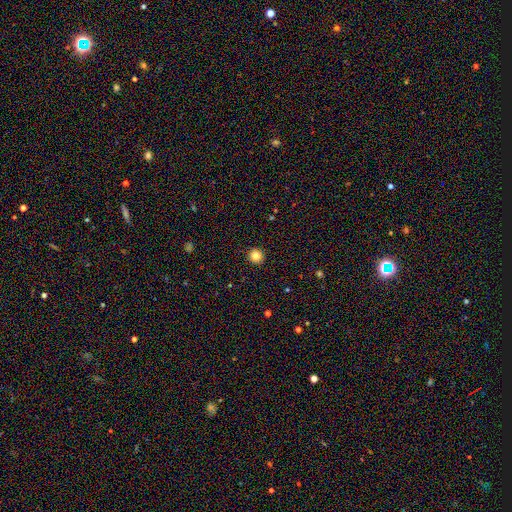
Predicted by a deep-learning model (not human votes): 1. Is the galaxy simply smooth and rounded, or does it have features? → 84% smooth, 11% star or artifact, 5% featured or disk.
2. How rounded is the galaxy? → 93% round, 6% in between, 1% cigar-shaped.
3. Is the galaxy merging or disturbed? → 93% none, 4% minor disturbance, 1% major disturbance, 1% merger.